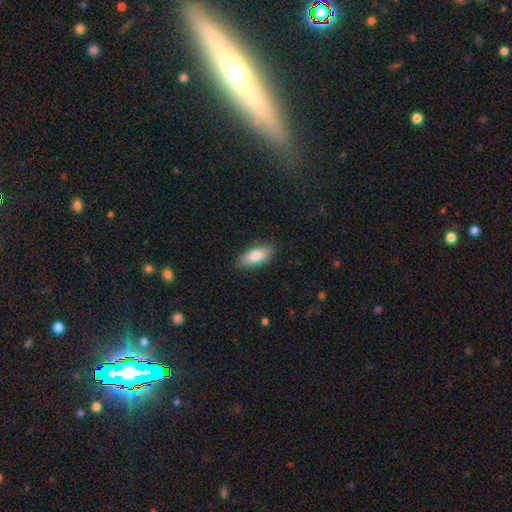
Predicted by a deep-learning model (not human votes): Q: Smooth or featured?
A: smooth (83%); runner-up: featured or disk (11%)
Q: How rounded?
A: in between (84%); runner-up: cigar-shaped (13%)
Q: Merging?
A: none (85%); runner-up: minor disturbance (11%)